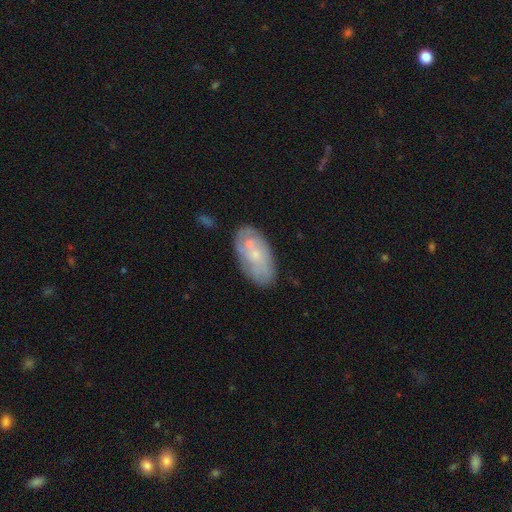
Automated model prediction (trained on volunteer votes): Overall: featured or disk (50%; smooth 43%). Merging: none (63%).